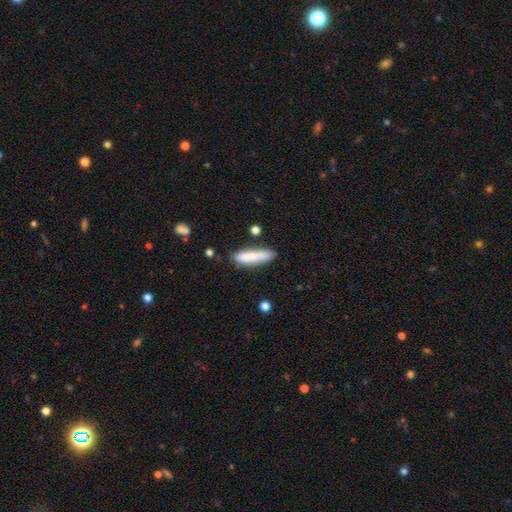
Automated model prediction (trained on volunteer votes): Smooth or featured? smooth (79%)
How rounded? cigar-shaped (77%)
Merging? none (73%)